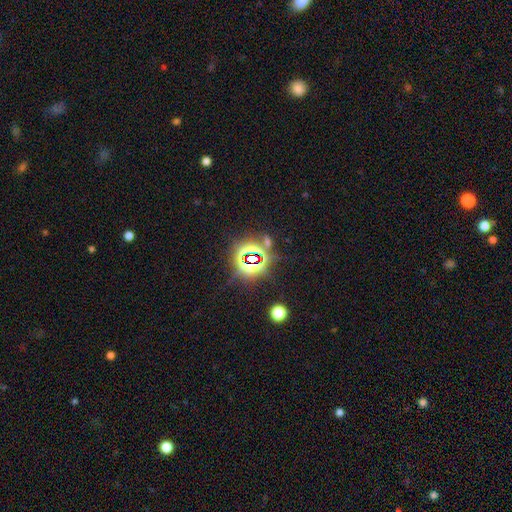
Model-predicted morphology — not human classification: The model was most divided on "smooth or featured": star or artifact: 81%, smooth: 11%, featured or disk: 8%.